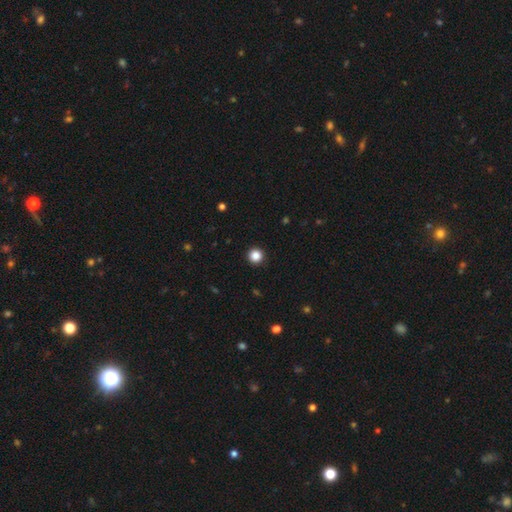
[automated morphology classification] smooth_or_featured: smooth (p=0.85) [alt: star or artifact p=0.12]
how_rounded: round (p=0.96) [alt: in between p=0.03]
merging: none (p=0.93) [alt: minor disturbance p=0.04]